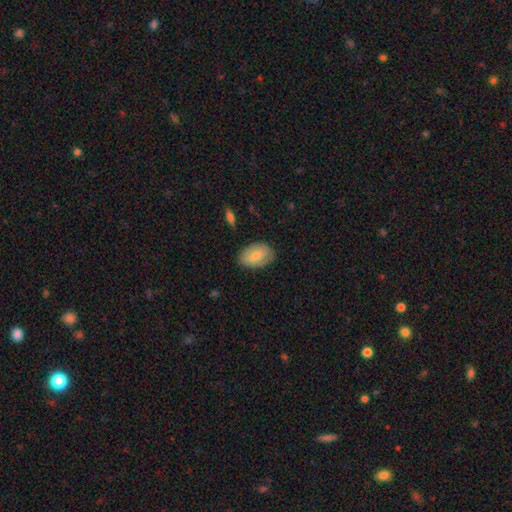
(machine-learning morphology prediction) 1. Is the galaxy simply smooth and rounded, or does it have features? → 72% smooth, 22% featured or disk, 6% star or artifact.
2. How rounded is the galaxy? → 88% in between, 10% round, 1% cigar-shaped.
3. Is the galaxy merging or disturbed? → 77% none, 18% minor disturbance, 3% major disturbance, 1% merger.